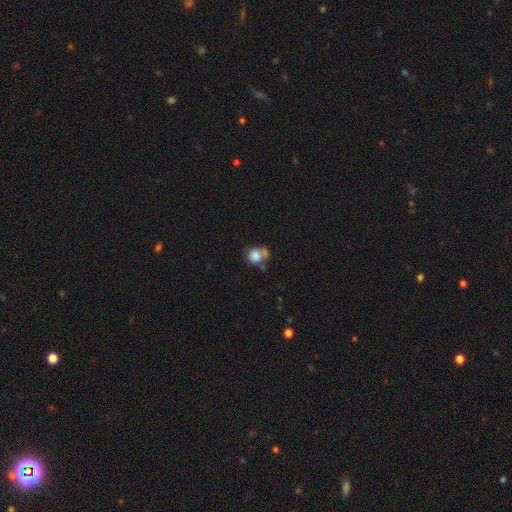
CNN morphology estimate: The model was most divided on "merging": none: 39%, merger: 38%, minor disturbance: 15%, major disturbance: 8%. More confident: smooth or featured — smooth (81%); how rounded — round (77%).